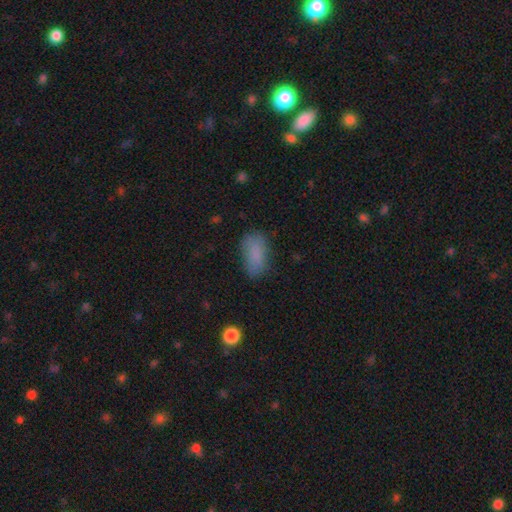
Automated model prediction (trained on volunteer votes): Q: Smooth or featured?
A: smooth (84%); runner-up: star or artifact (9%)
Q: How rounded?
A: in between (91%); runner-up: cigar-shaped (5%)
Q: Merging?
A: none (70%); runner-up: minor disturbance (22%)